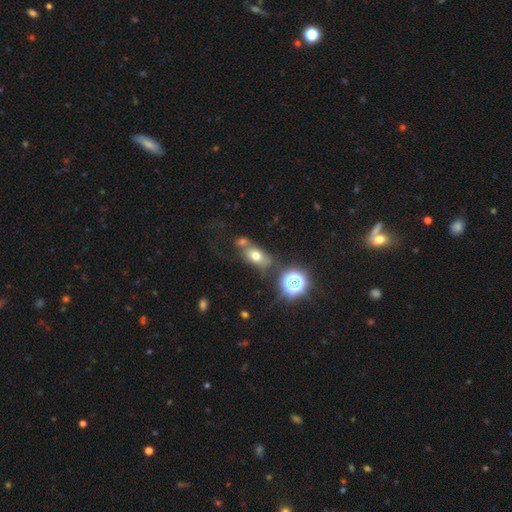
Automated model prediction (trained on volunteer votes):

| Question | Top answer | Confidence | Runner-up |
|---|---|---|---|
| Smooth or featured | smooth | 66% | star or artifact (18%) |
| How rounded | in between | 74% | round (23%) |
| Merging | none | 53% | merger (24%) |